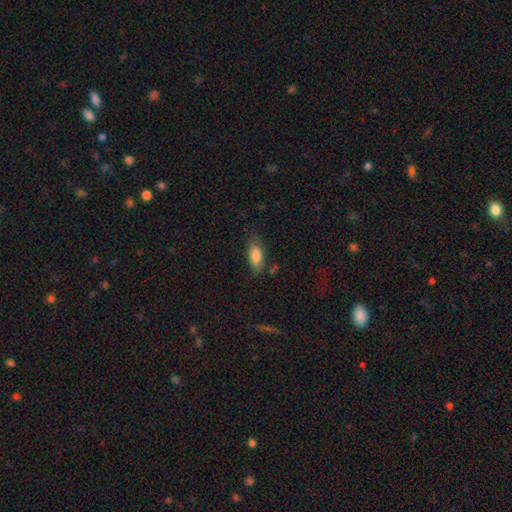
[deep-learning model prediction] A smooth galaxy with no disk features (85%) that is in between round and cigar-shaped (84%). Merging: none (72%).